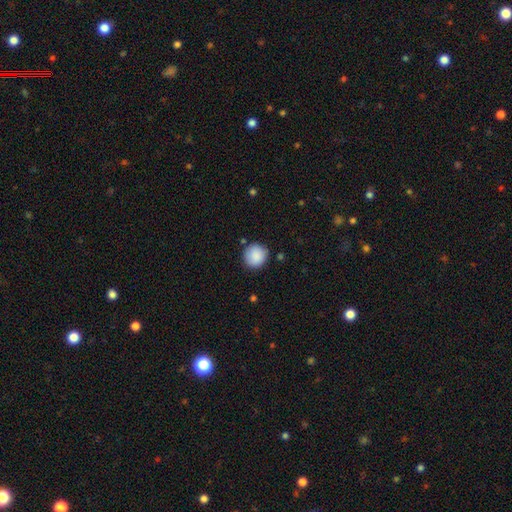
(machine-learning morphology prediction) smooth_or_featured: smooth (p=0.89) [alt: star or artifact p=0.08]
how_rounded: round (p=0.93) [alt: in between p=0.06]
merging: none (p=0.85) [alt: minor disturbance p=0.10]